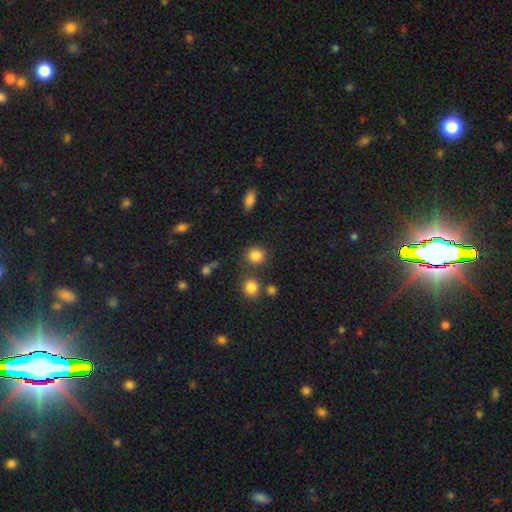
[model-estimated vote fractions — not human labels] This appears to be a smooth galaxy with no disk features (84%) that is round (89%). Merging: none (78%).